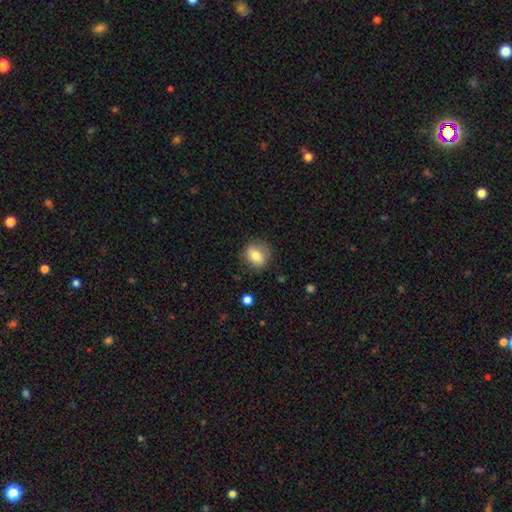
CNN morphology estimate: Smooth or featured?
  - smooth: 78% *
  - featured or disk: 13%
  - star or artifact: 9%
How rounded?
  - round: 54% *
  - in between: 44%
  - cigar-shaped: 2%
Merging?
  - none: 77% *
  - minor disturbance: 17%
  - major disturbance: 5%
  - merger: 1%